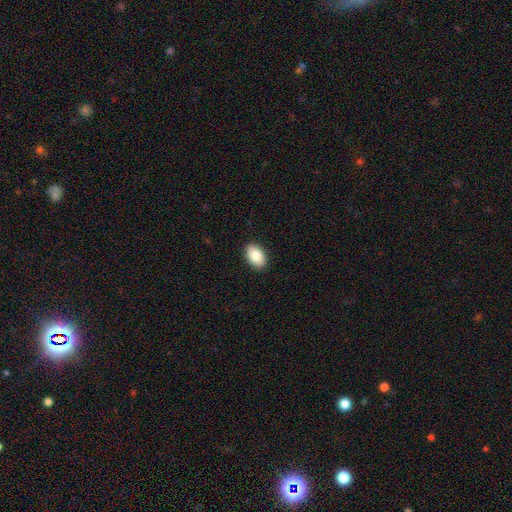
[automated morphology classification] type=smooth (85%); roundness=in between (91%); merging=none (90%).